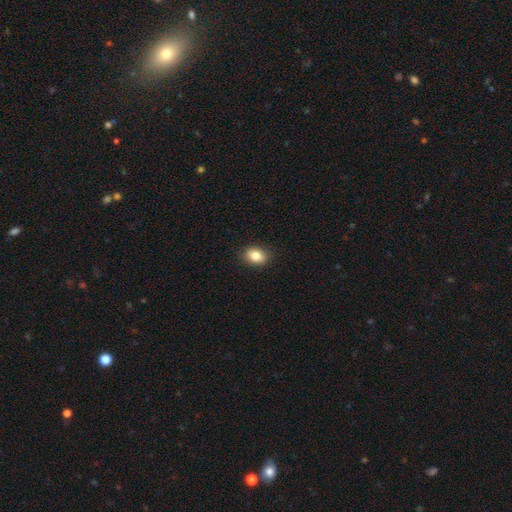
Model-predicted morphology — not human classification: type=smooth (84%); roundness=in between (68%); merging=none (87%).